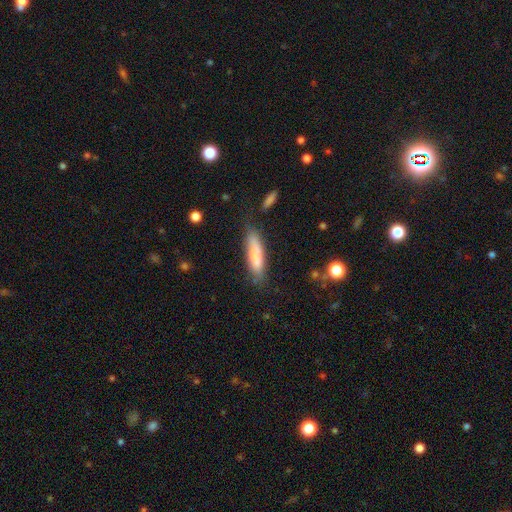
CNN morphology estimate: A smooth galaxy with no disk features (79%) that is cigar-shaped (71%).

Vote fractions:
- Smooth or featured? smooth: 79% / featured or disk: 15% / star or artifact: 6%
- How rounded? cigar-shaped: 71% / in between: 27% / round: 1%
- Merging? none: 71% / minor disturbance: 20% / major disturbance: 5% / merger: 4%